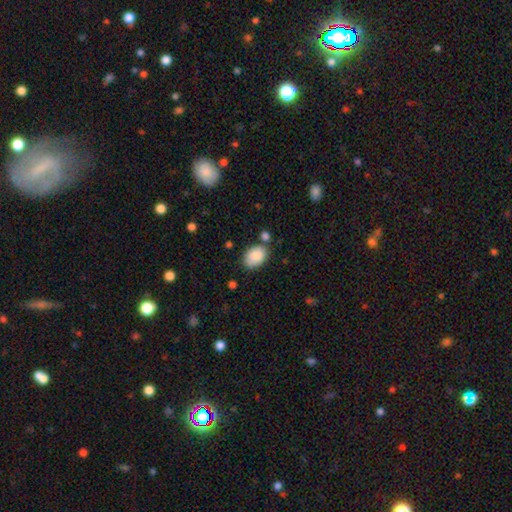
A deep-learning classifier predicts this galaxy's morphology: Smooth or featured? smooth (88%)
How rounded? in between (83%)
Merging? none (71%)